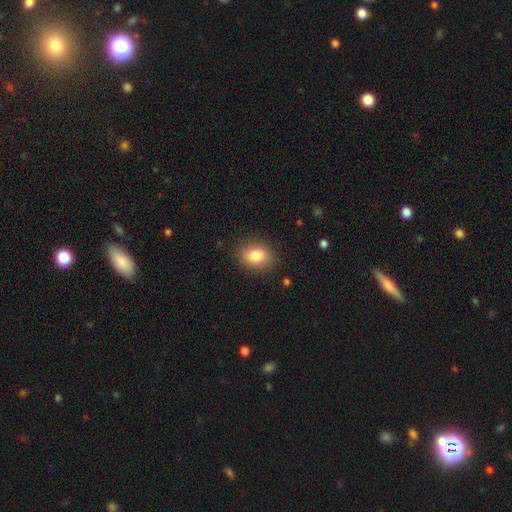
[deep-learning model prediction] This is clearly a smooth galaxy (82%). How rounded: possibly in between (57%). Merging: clearly none (85%).